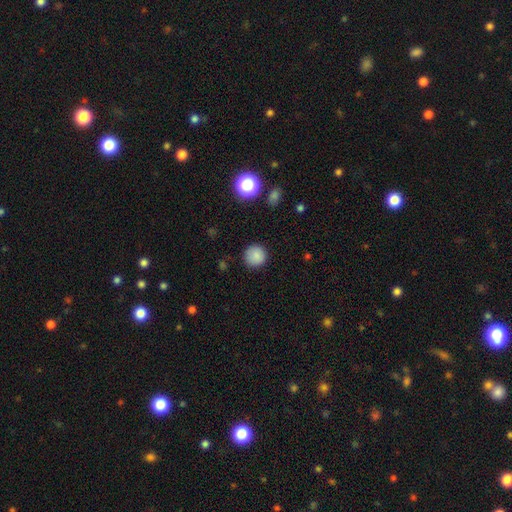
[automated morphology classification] The model was most divided on "smooth or featured": smooth: 86%, star or artifact: 10%, featured or disk: 4%. More confident: how rounded — round (94%); merging — none (89%).